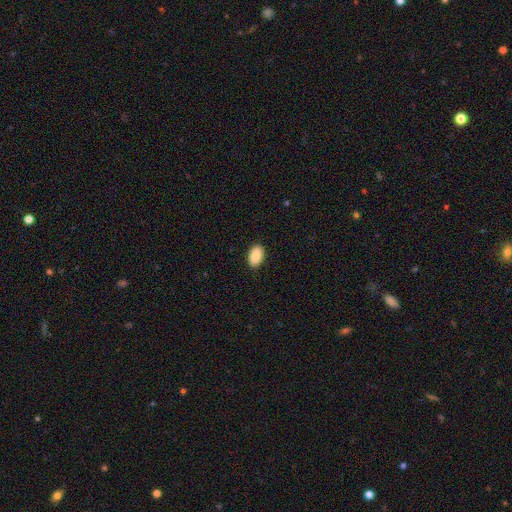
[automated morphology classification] The model was most divided on "merging": none: 89%, minor disturbance: 8%, major disturbance: 2%, merger: 1%. More confident: how rounded — in between (92%); smooth or featured — smooth (89%).